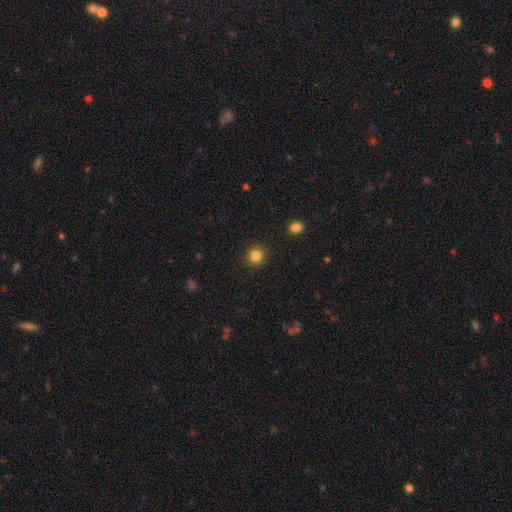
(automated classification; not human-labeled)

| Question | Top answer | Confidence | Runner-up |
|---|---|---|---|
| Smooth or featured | smooth | 84% | star or artifact (11%) |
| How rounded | round | 91% | in between (8%) |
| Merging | none | 91% | minor disturbance (6%) |